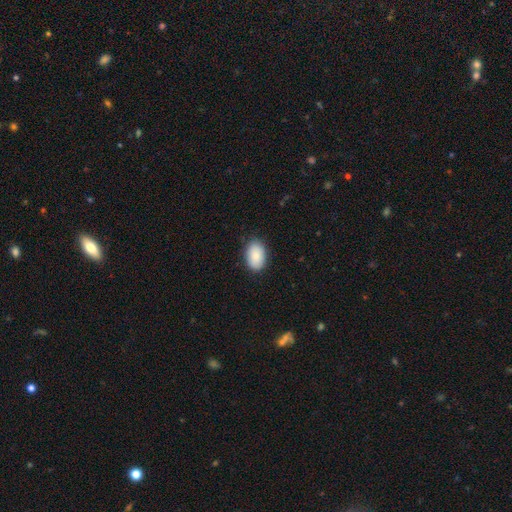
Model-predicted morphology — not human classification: smooth 87%, star or artifact 6%, featured or disk 6%. Down the decision tree: how rounded — in between (91%); merging — none (86%).